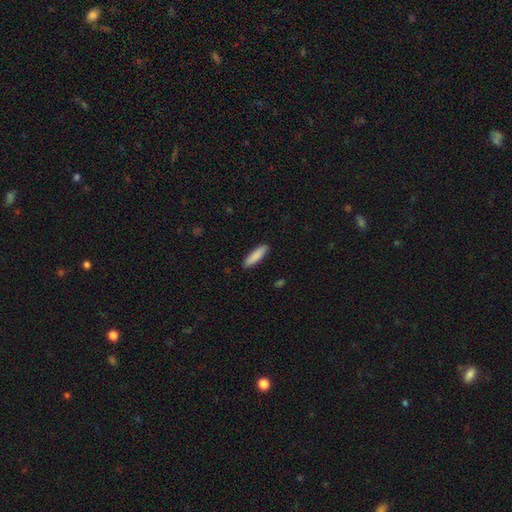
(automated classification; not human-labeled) This appears to be a smooth galaxy with no disk features (88%) that is cigar-shaped (66%). Merging: none (90%).